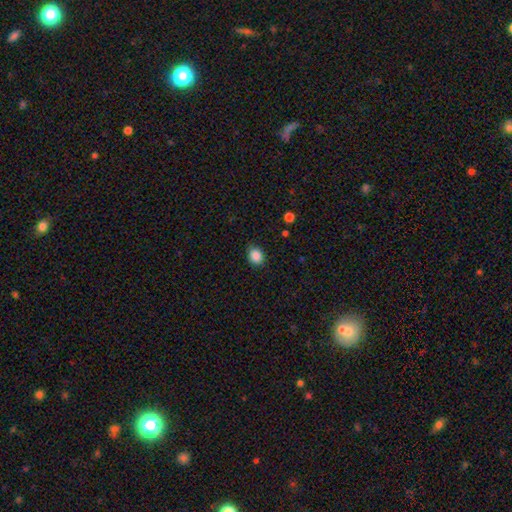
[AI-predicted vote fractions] A smooth galaxy with no disk features (86%) that is round (65%).

Vote fractions:
- Smooth or featured? smooth: 86% / star or artifact: 10% / featured or disk: 4%
- How rounded? round: 65% / in between: 35% / cigar-shaped: 1%
- Merging? none: 84% / minor disturbance: 12% / major disturbance: 3% / merger: 1%